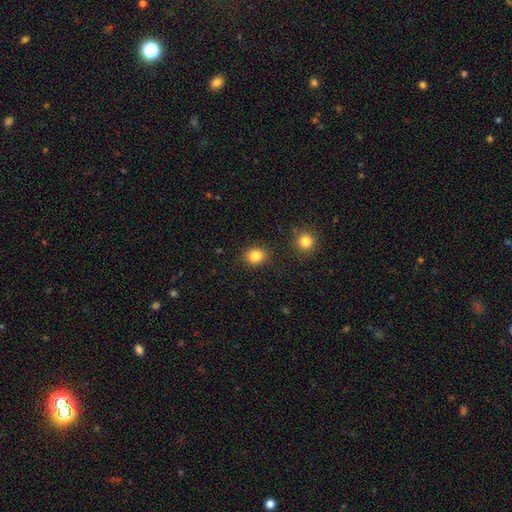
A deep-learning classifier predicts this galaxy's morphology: smooth_or_featured: smooth (p=0.84) [alt: star or artifact p=0.10]
how_rounded: round (p=0.63) [alt: in between p=0.36]
merging: none (p=0.86) [alt: minor disturbance p=0.09]